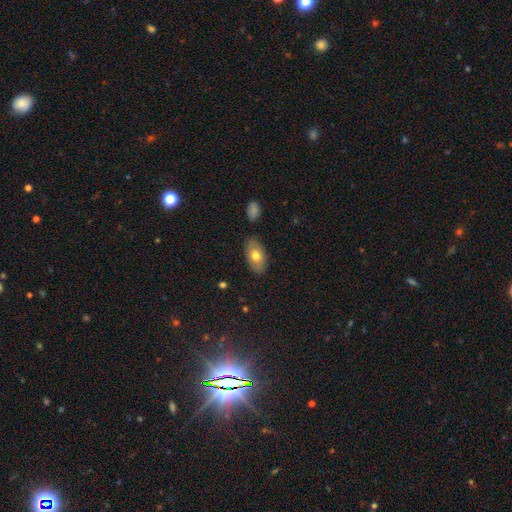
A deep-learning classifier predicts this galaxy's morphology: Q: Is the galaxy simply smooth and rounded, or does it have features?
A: smooth — 70%.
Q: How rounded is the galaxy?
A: in between — 92%.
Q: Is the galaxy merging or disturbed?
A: none — 83%.